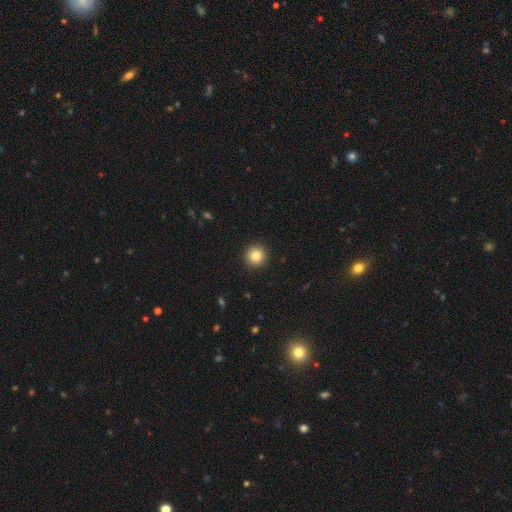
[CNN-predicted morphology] This appears to be a smooth galaxy with no disk features (83%) that is round (95%). Merging: none (93%).